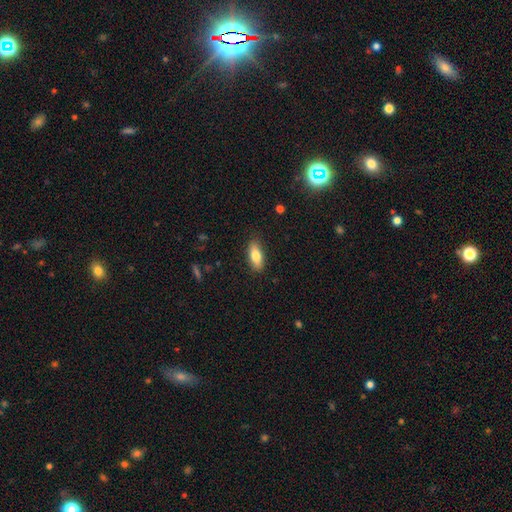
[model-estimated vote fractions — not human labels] Smooth or featured: smooth — 79% (featured or disk — 14%)
How rounded: in between — 76% (cigar-shaped — 22%)
Merging: none — 86% (minor disturbance — 11%)